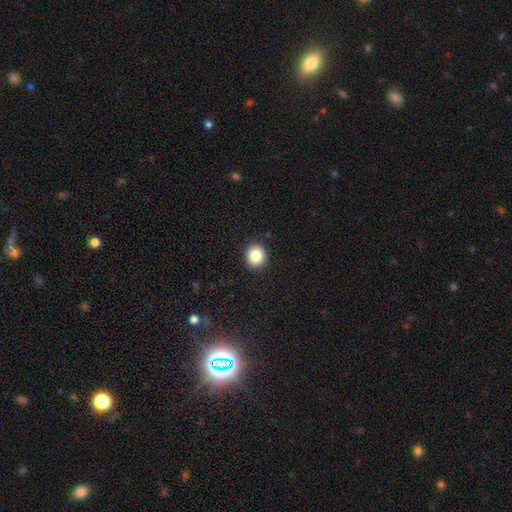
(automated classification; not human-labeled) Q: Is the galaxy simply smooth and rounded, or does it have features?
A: smooth — 85%.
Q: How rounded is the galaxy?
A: round — 84%.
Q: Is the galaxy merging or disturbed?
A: none — 91%.